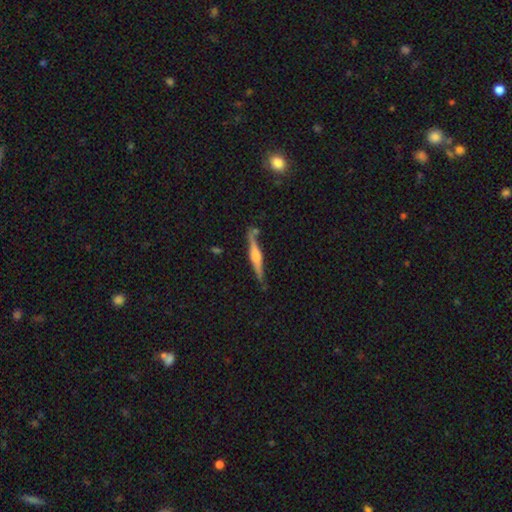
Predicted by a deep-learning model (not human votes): featured or disk 72%, smooth 22%, star or artifact 6%. Down the decision tree: edge-on disk — yes (98%); edge-on bulge — rounded (83%); merging — none (81%).